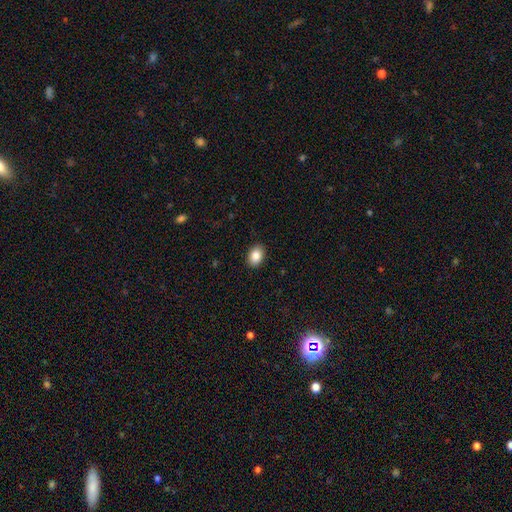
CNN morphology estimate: The model was most divided on "how rounded": in between: 76%, round: 23%, cigar-shaped: 1%. More confident: merging — none (90%); smooth or featured — smooth (86%).